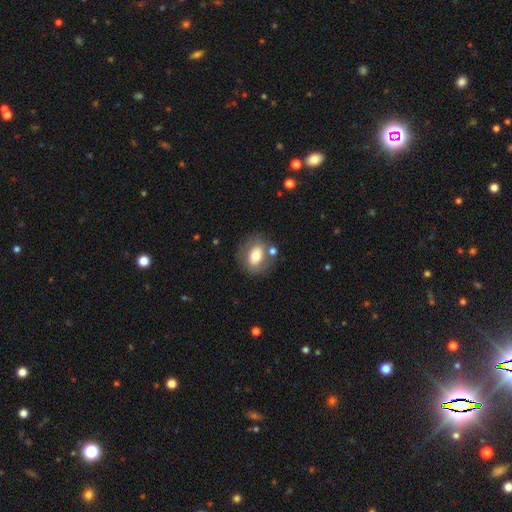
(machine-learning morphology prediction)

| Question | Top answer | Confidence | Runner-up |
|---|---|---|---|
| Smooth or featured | smooth | 65% | featured or disk (27%) |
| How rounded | in between | 68% | round (30%) |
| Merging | none | 68% | minor disturbance (15%) |